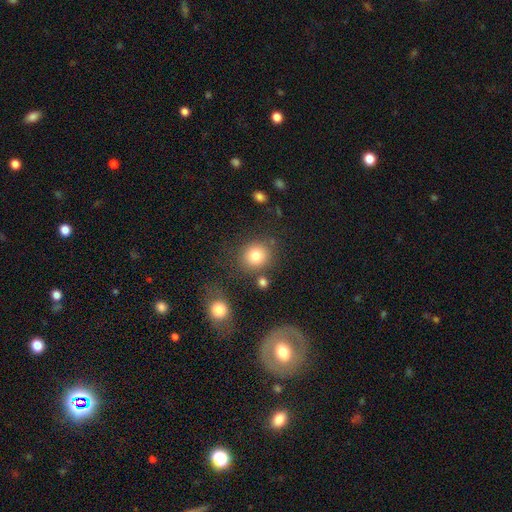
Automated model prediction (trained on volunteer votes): Overall: smooth (81%). How rounded: round (82%). Merging: none (77%).